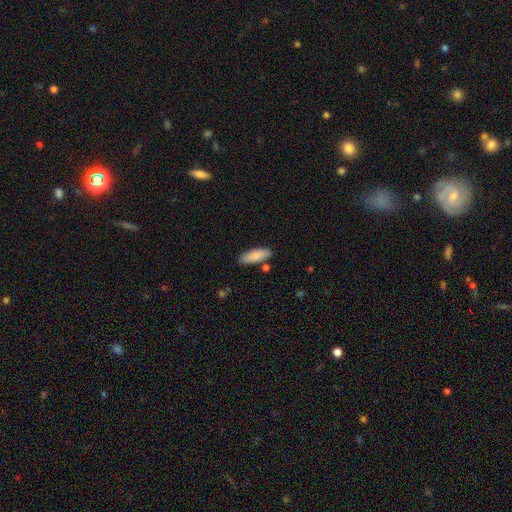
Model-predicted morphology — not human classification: This is clearly a smooth galaxy (84%). How rounded: likely in between (63%). Merging: clearly none (82%).